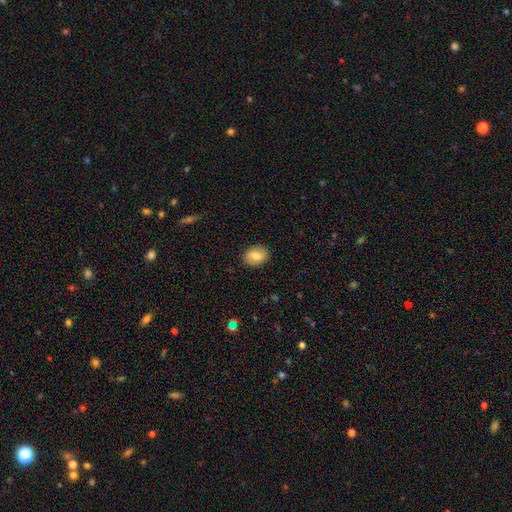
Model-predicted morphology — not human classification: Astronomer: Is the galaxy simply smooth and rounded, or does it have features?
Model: smooth — 79%.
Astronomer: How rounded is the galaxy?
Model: in between — 66%.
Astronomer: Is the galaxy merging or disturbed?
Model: none — 88%.